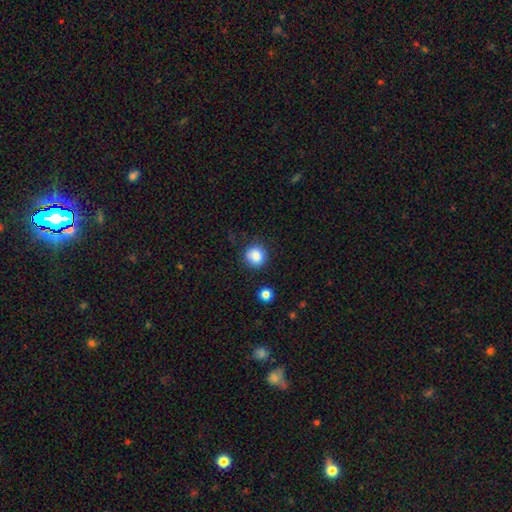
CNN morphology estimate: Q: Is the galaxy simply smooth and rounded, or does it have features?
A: smooth — 85%.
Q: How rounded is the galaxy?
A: round — 89%.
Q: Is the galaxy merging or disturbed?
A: none — 84%.